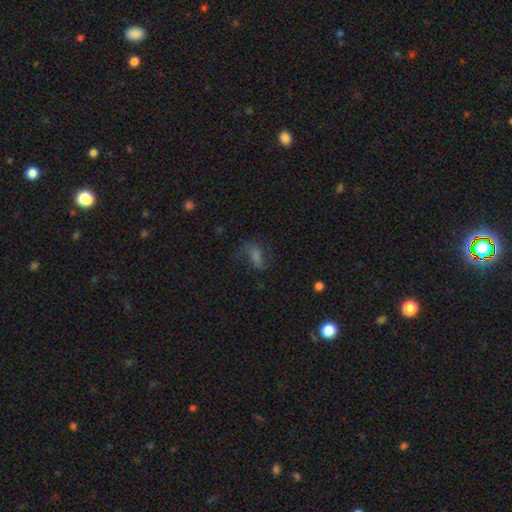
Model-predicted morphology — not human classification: Smooth or featured? smooth (41%)
Merging? none (60%)